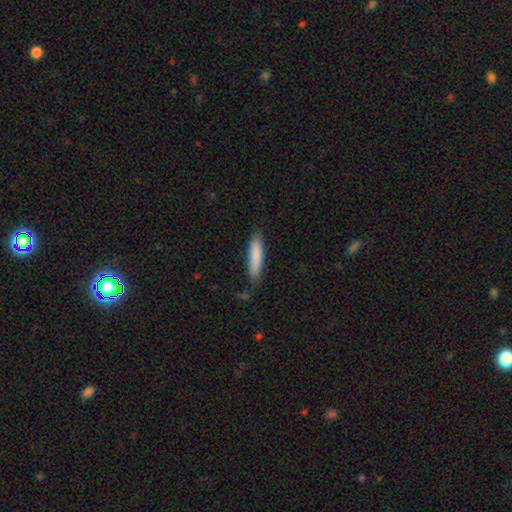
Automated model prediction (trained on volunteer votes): The model was most divided on "how rounded": cigar-shaped: 79%, in between: 20%, round: 1%. More confident: smooth or featured — smooth (85%); merging — none (82%).